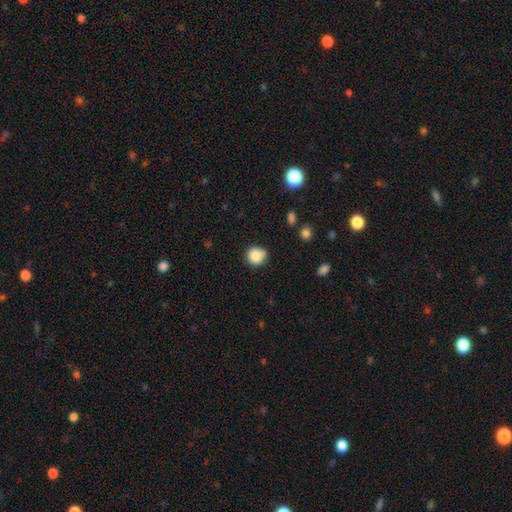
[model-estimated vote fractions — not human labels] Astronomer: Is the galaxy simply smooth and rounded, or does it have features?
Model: smooth — 86%.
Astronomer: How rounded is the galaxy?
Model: round — 90%.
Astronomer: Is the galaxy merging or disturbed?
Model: none — 79%.